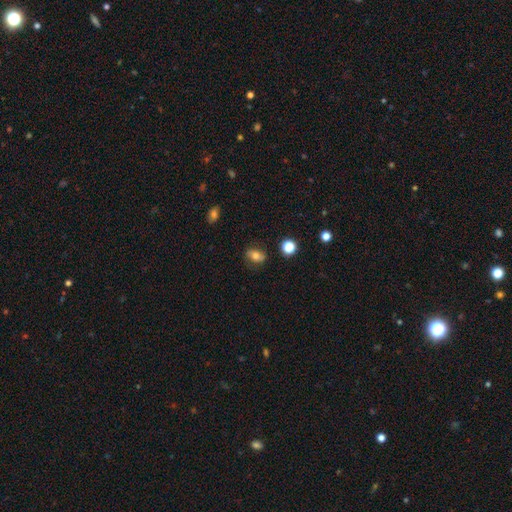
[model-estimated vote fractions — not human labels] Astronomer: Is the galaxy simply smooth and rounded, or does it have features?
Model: smooth — 67%.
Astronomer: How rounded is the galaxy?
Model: in between — 74%.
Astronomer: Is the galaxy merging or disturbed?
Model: none — 78%.